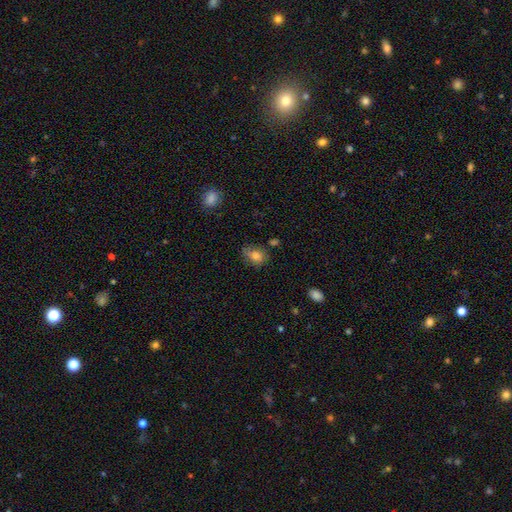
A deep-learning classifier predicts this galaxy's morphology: smooth 77%, featured or disk 11%, star or artifact 11%. Down the decision tree: how rounded — in between (53%); merging — none (64%).